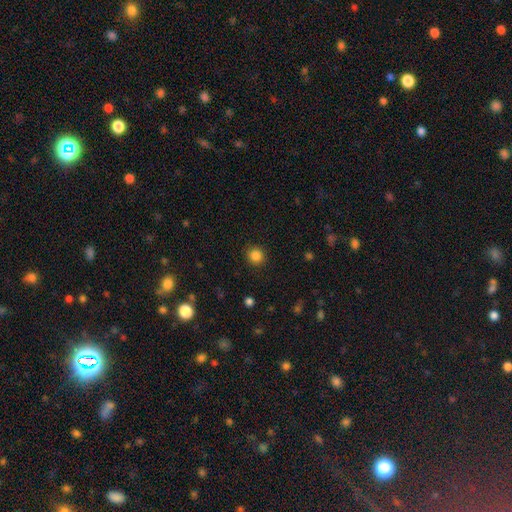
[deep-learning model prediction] Smooth or featured? Predicted: smooth (p=0.85). How rounded? Predicted: round (p=0.92). Merging? Predicted: none (p=0.91).